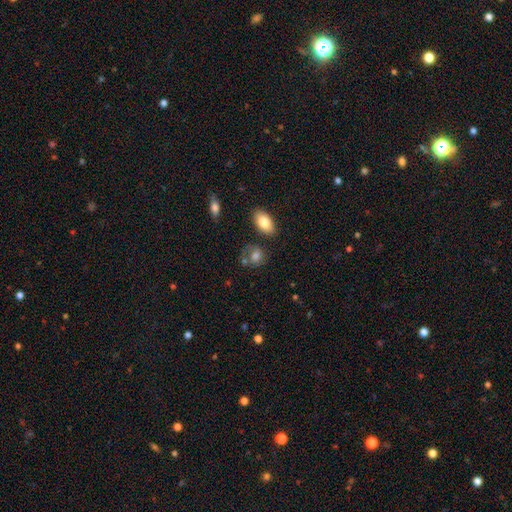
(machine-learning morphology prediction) Smooth or featured?
  - smooth: 75% *
  - featured or disk: 15%
  - star or artifact: 10%
How rounded?
  - in between: 50% *
  - round: 48%
  - cigar-shaped: 2%
Merging?
  - none: 55% *
  - minor disturbance: 21%
  - merger: 13%
  - major disturbance: 11%